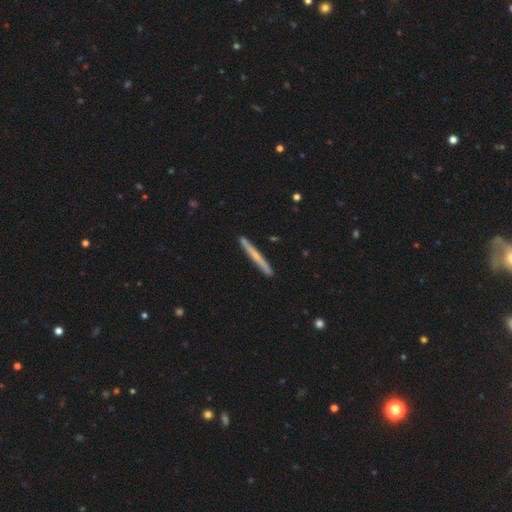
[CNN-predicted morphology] A smooth galaxy with no disk features (51%) that is cigar-shaped (97%). Merging: none (90%).